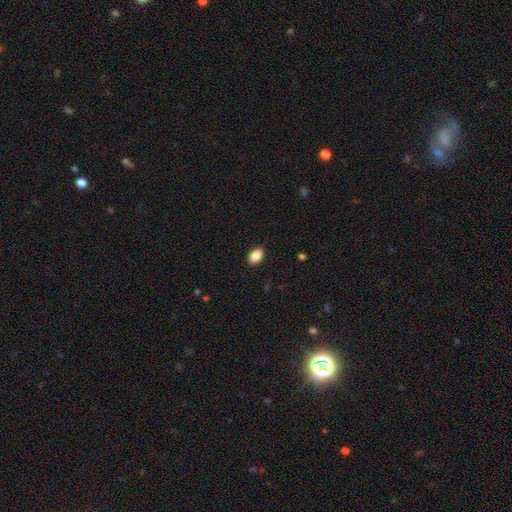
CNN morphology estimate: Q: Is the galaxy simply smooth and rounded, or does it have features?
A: smooth — 88%.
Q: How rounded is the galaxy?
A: in between — 92%.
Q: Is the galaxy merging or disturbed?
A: none — 90%.